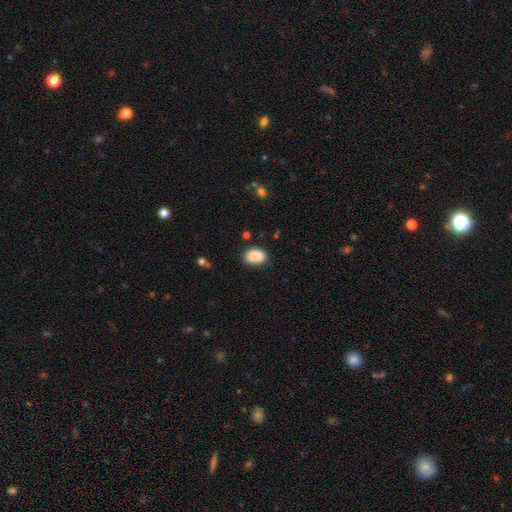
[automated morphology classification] Smooth or featured? Predicted: smooth (p=0.89). How rounded? Predicted: in between (p=0.81). Merging? Predicted: none (p=0.77).